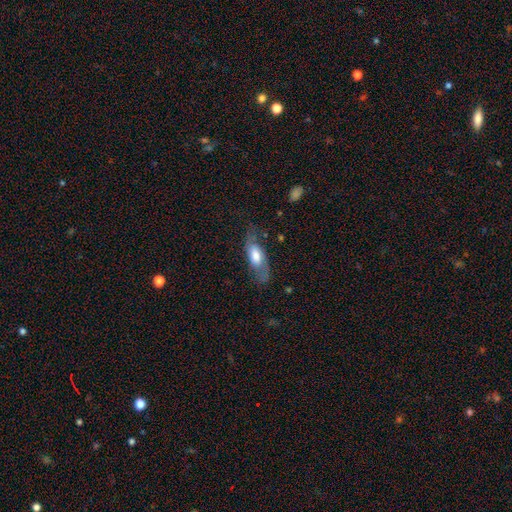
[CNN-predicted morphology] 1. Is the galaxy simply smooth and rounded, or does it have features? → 52% smooth, 41% featured or disk, 6% star or artifact.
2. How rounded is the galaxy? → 74% in between, 22% cigar-shaped, 3% round.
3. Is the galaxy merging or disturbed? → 62% none, 24% minor disturbance, 12% major disturbance, 2% merger.